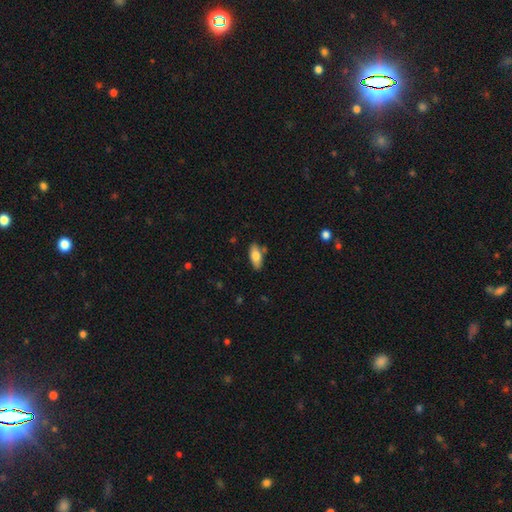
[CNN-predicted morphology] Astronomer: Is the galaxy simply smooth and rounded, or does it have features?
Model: smooth — 75%.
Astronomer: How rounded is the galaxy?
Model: in between — 84%.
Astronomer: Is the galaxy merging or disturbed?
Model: none — 78%.